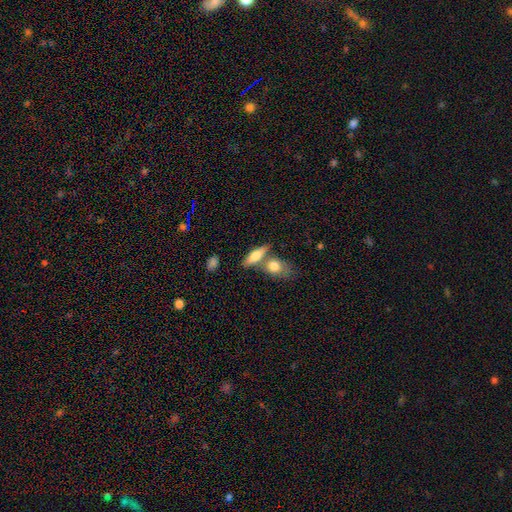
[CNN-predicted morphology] This appears to be a smooth galaxy with no disk features (61%) that is in between round and cigar-shaped (56%). Merging: none (53%).